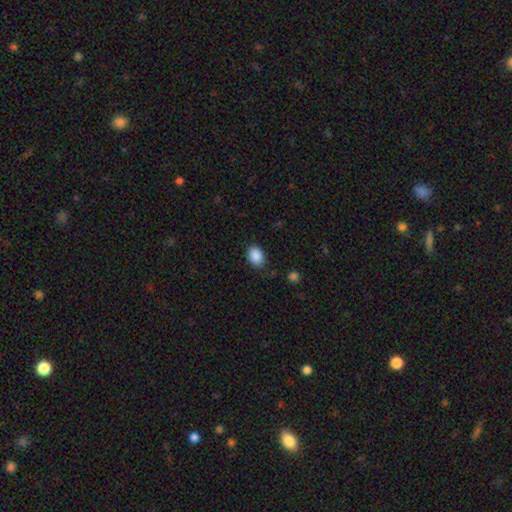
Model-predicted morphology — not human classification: smooth-or-featured: smooth: 89% | star or artifact: 8% | featured or disk: 3%
  how-rounded: in between: 71% | round: 29% | cigar-shaped: 1%
  merging: none: 85% | minor disturbance: 11% | major disturbance: 3% | merger: 1%